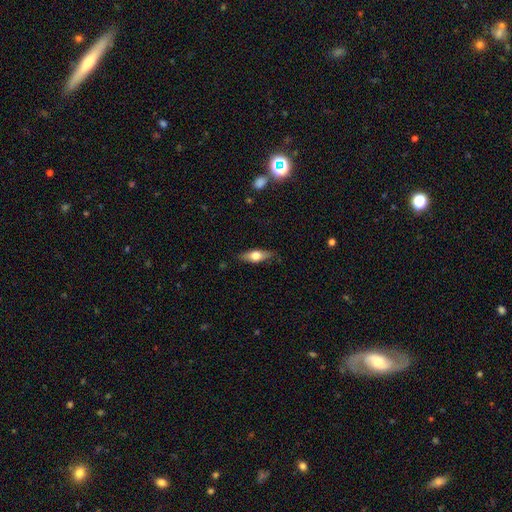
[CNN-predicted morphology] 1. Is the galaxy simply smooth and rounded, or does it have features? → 57% smooth, 37% featured or disk, 6% star or artifact.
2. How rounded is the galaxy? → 63% in between, 33% cigar-shaped, 4% round.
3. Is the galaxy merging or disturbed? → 82% none, 14% minor disturbance, 3% major disturbance, 1% merger.